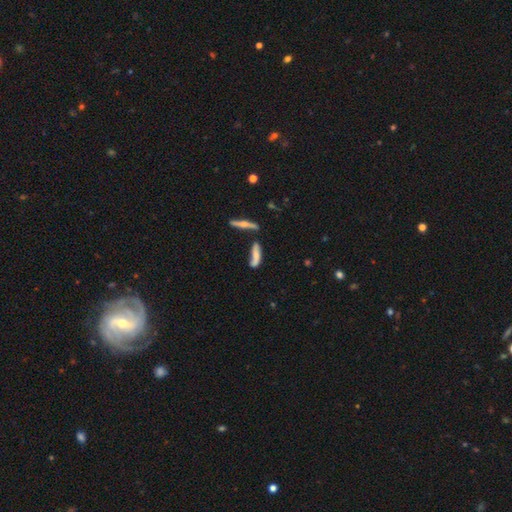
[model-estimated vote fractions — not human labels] Smooth or featured? smooth (58%)
How rounded? cigar-shaped (66%)
Merging? none (48%)